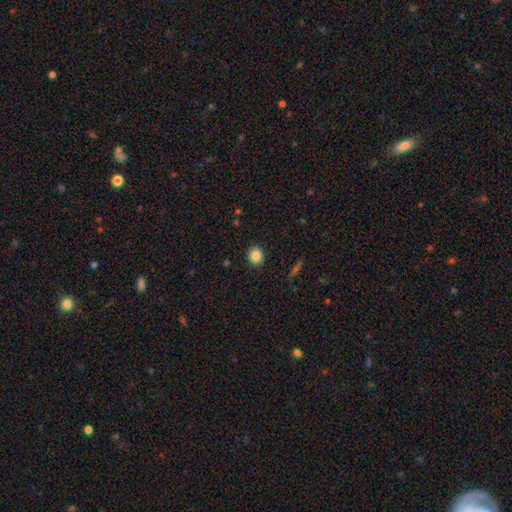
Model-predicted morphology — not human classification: smooth_or_featured: smooth (p=0.84) [alt: star or artifact p=0.10]
how_rounded: round (p=0.85) [alt: in between p=0.14]
merging: none (p=0.91) [alt: minor disturbance p=0.06]